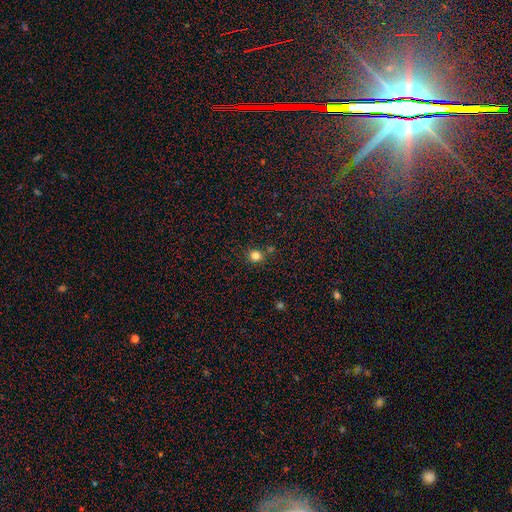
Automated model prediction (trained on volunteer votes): smooth-or-featured: smooth: 81% | star or artifact: 14% | featured or disk: 5%
  how-rounded: round: 86% | in between: 13% | cigar-shaped: 1%
  merging: none: 80% | minor disturbance: 9% | merger: 8% | major disturbance: 3%